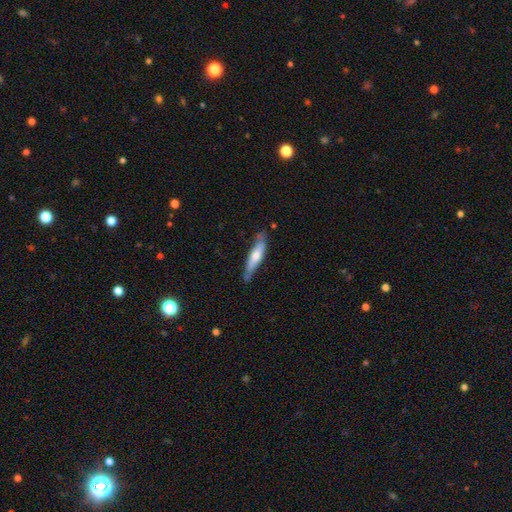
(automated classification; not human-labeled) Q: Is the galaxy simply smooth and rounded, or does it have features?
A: smooth — 53%.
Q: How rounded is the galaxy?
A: cigar-shaped — 83%.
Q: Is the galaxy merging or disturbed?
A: none — 72%.